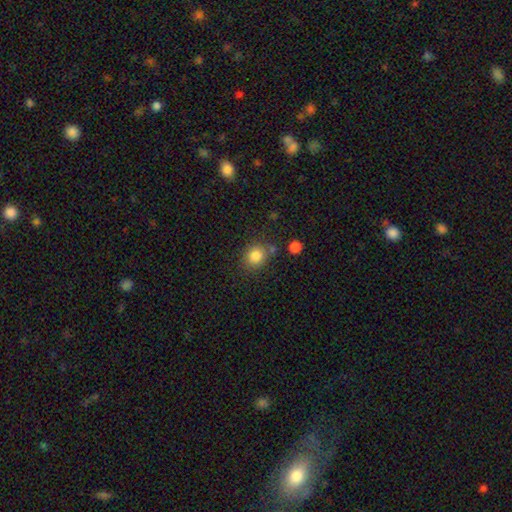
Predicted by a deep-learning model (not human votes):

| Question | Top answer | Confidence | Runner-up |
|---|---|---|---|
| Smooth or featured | smooth | 84% | star or artifact (11%) |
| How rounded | round | 72% | in between (27%) |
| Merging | none | 73% | minor disturbance (13%) |